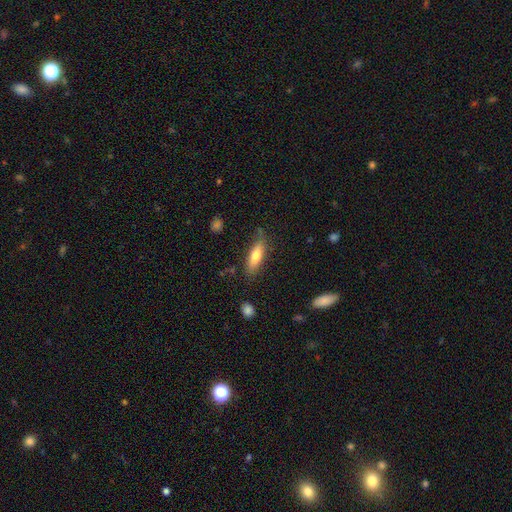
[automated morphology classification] smooth 71%, featured or disk 22%, star or artifact 6%. Down the decision tree: how rounded — cigar-shaped (49%); merging — none (75%).